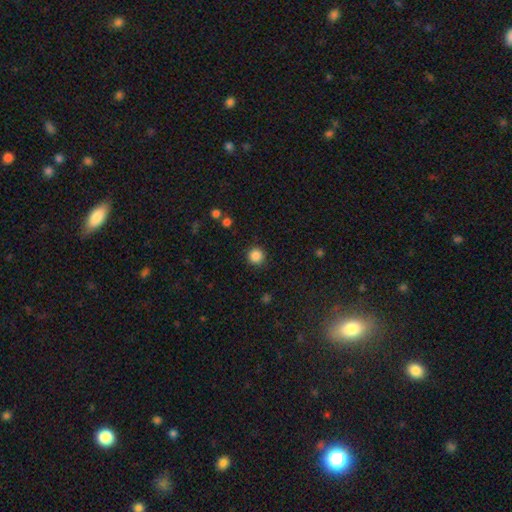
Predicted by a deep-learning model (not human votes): A smooth galaxy with no disk features (86%) that is round (95%). Merging: none (91%).